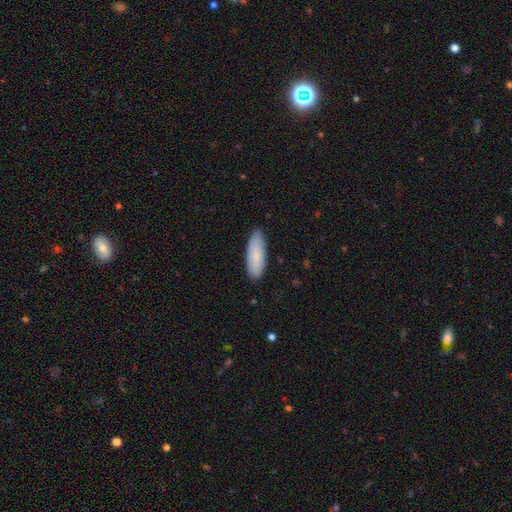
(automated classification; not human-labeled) smooth 81%, featured or disk 13%, star or artifact 6%. Down the decision tree: how rounded — in between (64%); merging — none (85%).